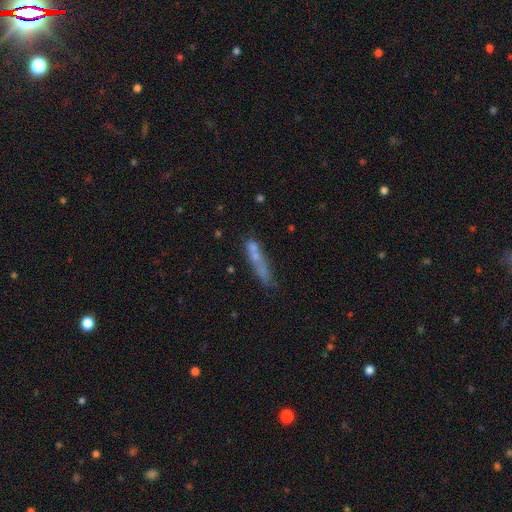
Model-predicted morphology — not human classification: smooth-or-featured: smooth: 56% | featured or disk: 32% | star or artifact: 12%
  how-rounded: cigar-shaped: 86% | in between: 11% | round: 3%
  merging: none: 53% | minor disturbance: 19% | merger: 18% | major disturbance: 10%